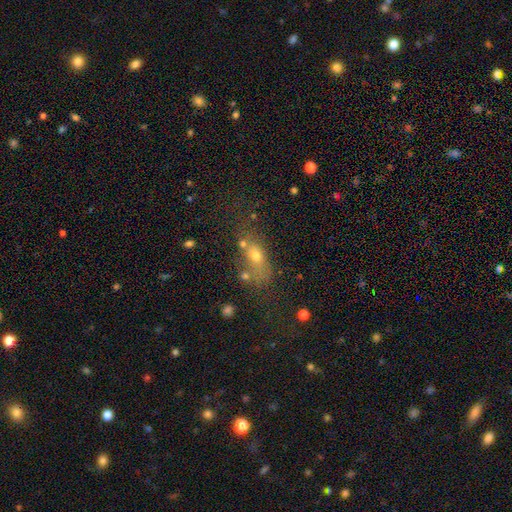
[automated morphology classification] Overall: smooth (61%). How rounded: in between (65%). Merging: none (43%; merger 22%).